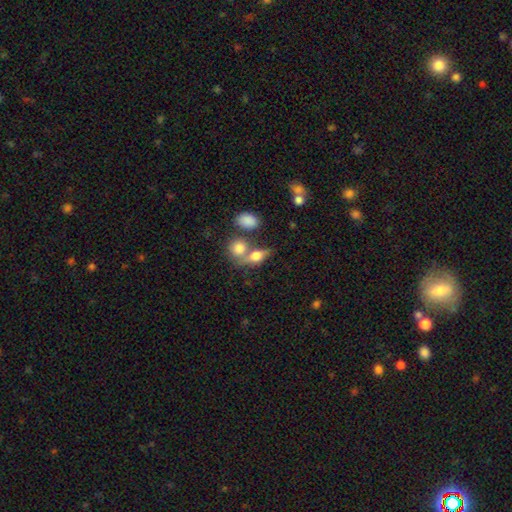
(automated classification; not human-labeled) Morphology: type=smooth (70%); roundness=in between (62%); merging=none (43%).